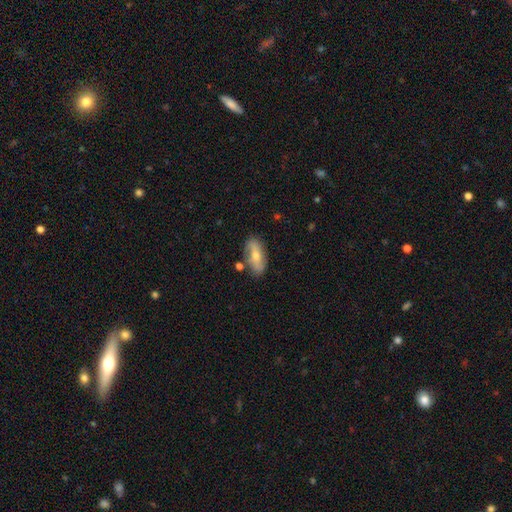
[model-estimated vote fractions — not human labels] This appears to be a smooth galaxy with no disk features (47%). Merging: none (74%).